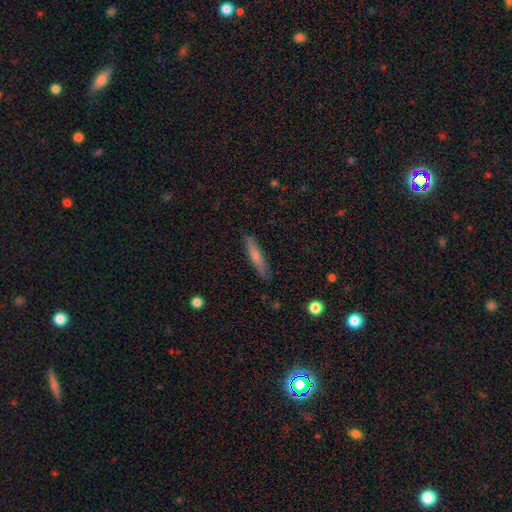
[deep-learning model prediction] Smooth or featured?
  - smooth: 67% *
  - featured or disk: 27%
  - star or artifact: 6%
How rounded?
  - cigar-shaped: 91% *
  - in between: 7%
  - round: 1%
Merging?
  - none: 87% *
  - minor disturbance: 10%
  - major disturbance: 2%
  - merger: 1%